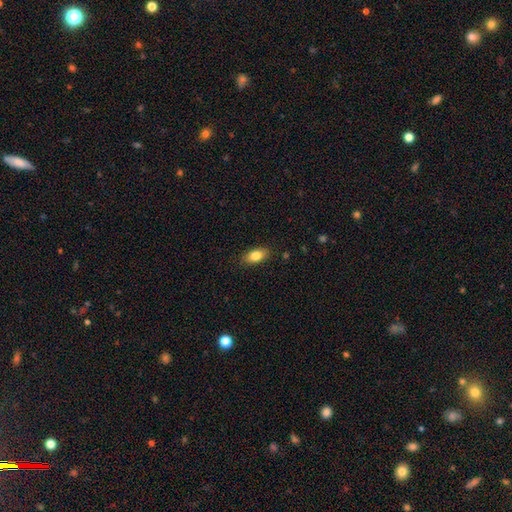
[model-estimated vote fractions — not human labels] A smooth galaxy with no disk features (83%) that is in between round and cigar-shaped (90%).

Vote fractions:
- Smooth or featured? smooth: 83% / featured or disk: 10% / star or artifact: 8%
- How rounded? in between: 90% / round: 6% / cigar-shaped: 5%
- Merging? none: 86% / minor disturbance: 10% / major disturbance: 2% / merger: 1%